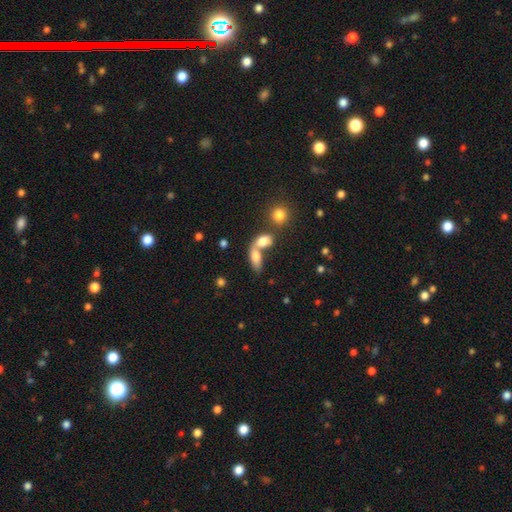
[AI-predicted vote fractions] Smooth or featured: smooth — 75% (featured or disk — 16%)
How rounded: in between — 82% (cigar-shaped — 9%)
Merging: merger — 65% (none — 23%)